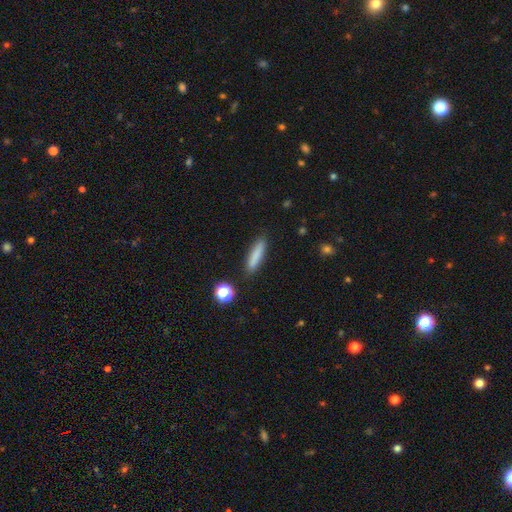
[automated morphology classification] This appears to be a smooth galaxy with no disk features (83%) that is cigar-shaped (82%). Merging: none (88%).